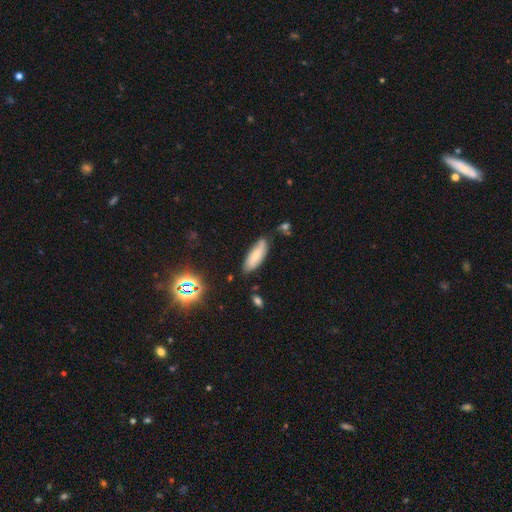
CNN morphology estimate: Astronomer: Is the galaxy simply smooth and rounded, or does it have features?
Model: smooth — 63%.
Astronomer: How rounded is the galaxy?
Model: in between — 65%.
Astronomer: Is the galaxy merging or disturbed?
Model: none — 69%.